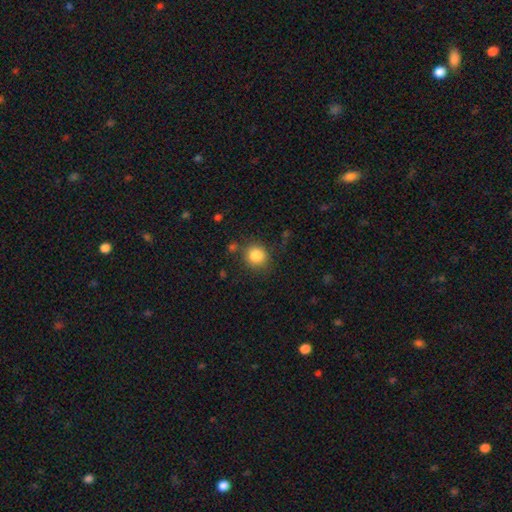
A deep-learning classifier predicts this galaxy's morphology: Overall: smooth (85%). How rounded: round (88%). Merging: none (82%).